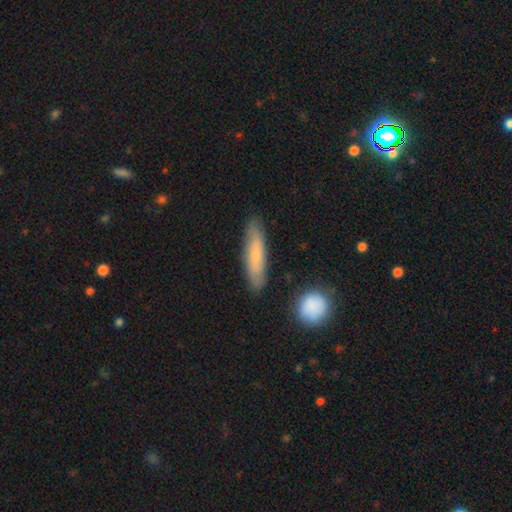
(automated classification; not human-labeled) Smooth or featured? Predicted: smooth (p=0.65). How rounded? Predicted: cigar-shaped (p=0.74). Merging? Predicted: none (p=0.83).